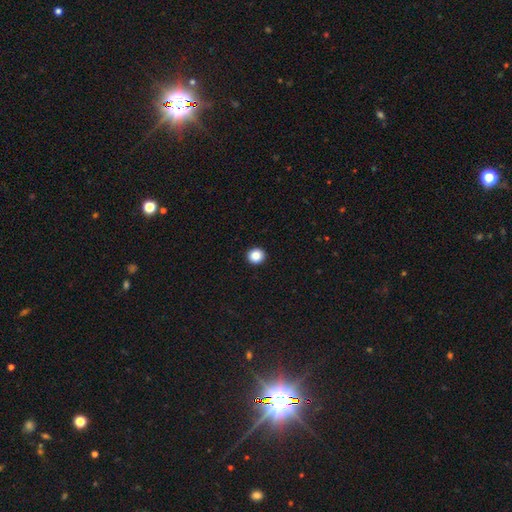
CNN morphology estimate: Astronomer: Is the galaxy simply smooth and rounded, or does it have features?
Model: smooth — 88%.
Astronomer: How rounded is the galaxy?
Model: round — 91%.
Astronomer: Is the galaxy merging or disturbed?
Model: none — 93%.